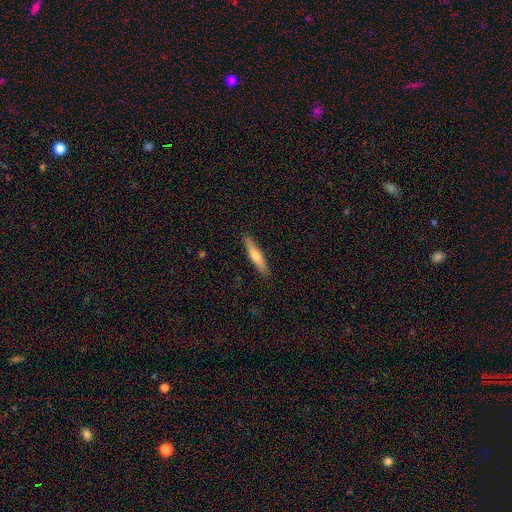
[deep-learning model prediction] Q: Smooth or featured?
A: smooth (60%); runner-up: featured or disk (34%)
Q: How rounded?
A: cigar-shaped (85%); runner-up: in between (13%)
Q: Merging?
A: none (89%); runner-up: minor disturbance (8%)